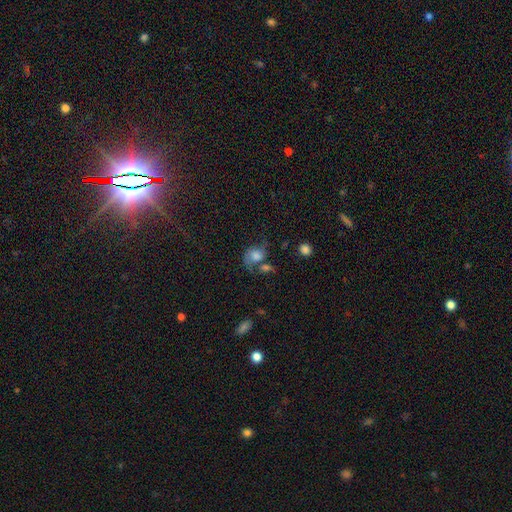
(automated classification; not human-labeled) smooth_or_featured: featured or disk (p=0.44) [tied with: smooth p=0.44]
merging: none (p=0.38) [alt: merger p=0.23]